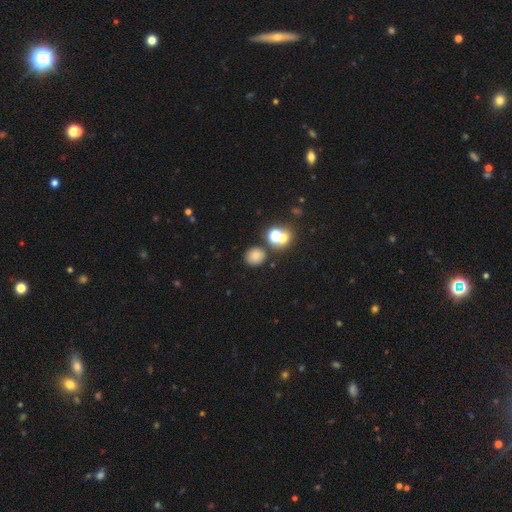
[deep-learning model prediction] smooth 75%, star or artifact 17%, featured or disk 7%. Down the decision tree: how rounded — round (80%); merging — none (76%).